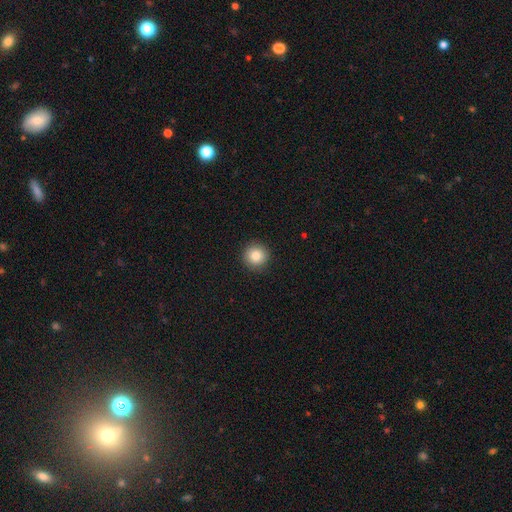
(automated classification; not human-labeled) Smooth or featured: smooth — 84% (star or artifact — 10%)
How rounded: round — 95% (in between — 4%)
Merging: none — 92% (minor disturbance — 6%)